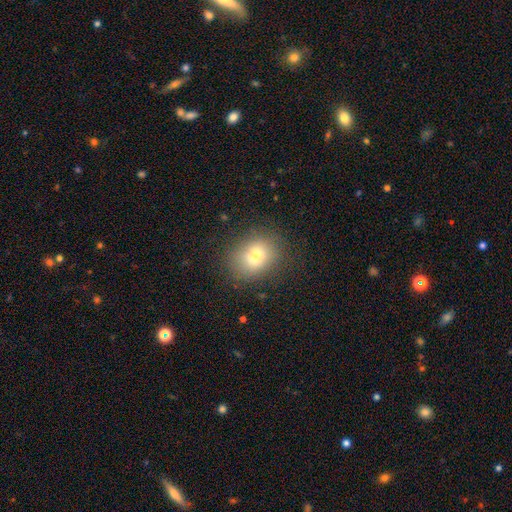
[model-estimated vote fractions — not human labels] Q: Smooth or featured?
A: smooth (74%); runner-up: featured or disk (14%)
Q: How rounded?
A: in between (51%); runner-up: round (48%)
Q: Merging?
A: none (78%); runner-up: minor disturbance (14%)